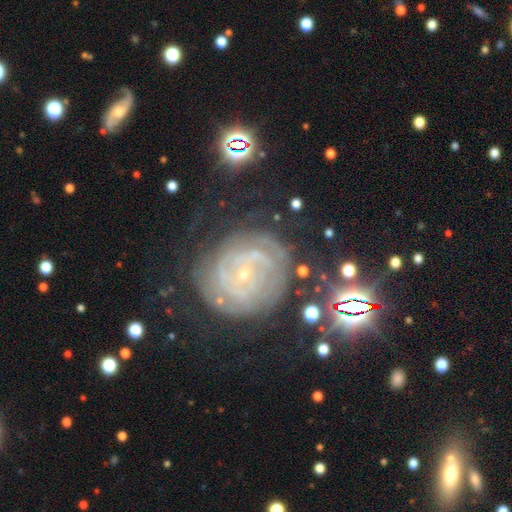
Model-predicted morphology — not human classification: Overall: featured or disk (79%). Edge-on disk: no (98%). Bar: no (54%; weak 33%). Spiral arms: yes (92%). Spiral arm count: can't tell (31%; 2 26%). Spiral winding: tight (72%). Bulge size: small (81%). Merging: none (67%).